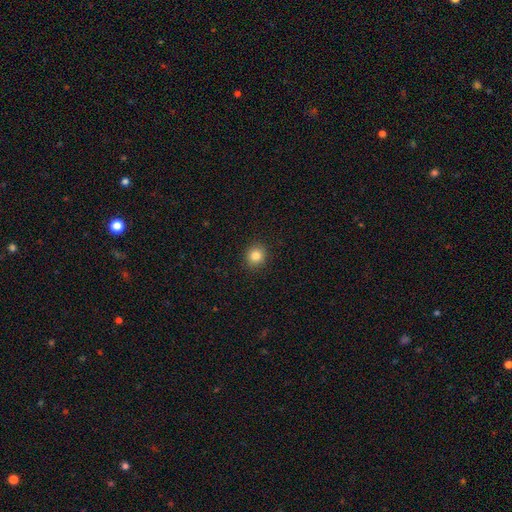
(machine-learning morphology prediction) Smooth or featured? Predicted: smooth (p=0.84). How rounded? Predicted: round (p=0.87). Merging? Predicted: none (p=0.92).